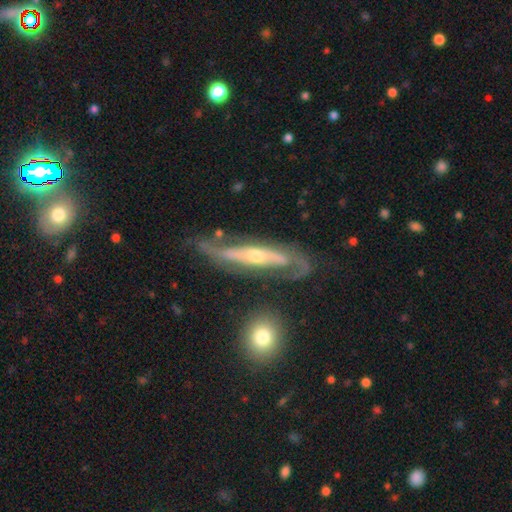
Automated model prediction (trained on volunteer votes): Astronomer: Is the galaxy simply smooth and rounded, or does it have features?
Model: featured or disk — 85%.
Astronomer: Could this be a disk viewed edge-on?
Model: no — 64%.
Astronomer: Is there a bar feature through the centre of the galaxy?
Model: no — 42% (runner-up: strong, 30%).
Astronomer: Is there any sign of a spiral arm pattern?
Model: yes — 91%.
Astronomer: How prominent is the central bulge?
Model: moderate — 48% (runner-up: small, 47%).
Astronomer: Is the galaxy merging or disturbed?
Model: none — 58%.